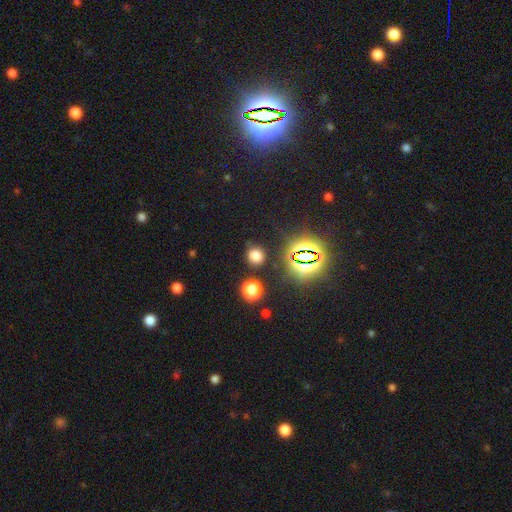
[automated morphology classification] Smooth or featured? smooth (67%)
How rounded? round (81%)
Merging? none (83%)